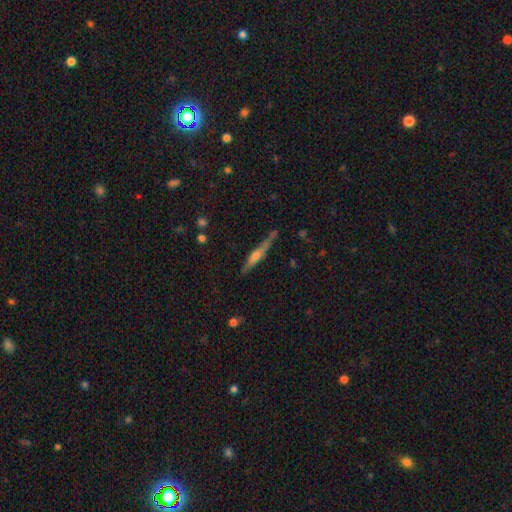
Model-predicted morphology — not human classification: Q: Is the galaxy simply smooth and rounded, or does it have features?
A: featured or disk — 58%.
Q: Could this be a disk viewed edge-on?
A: yes — 95%.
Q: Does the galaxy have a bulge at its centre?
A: rounded — 63%.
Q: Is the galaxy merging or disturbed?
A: none — 76%.